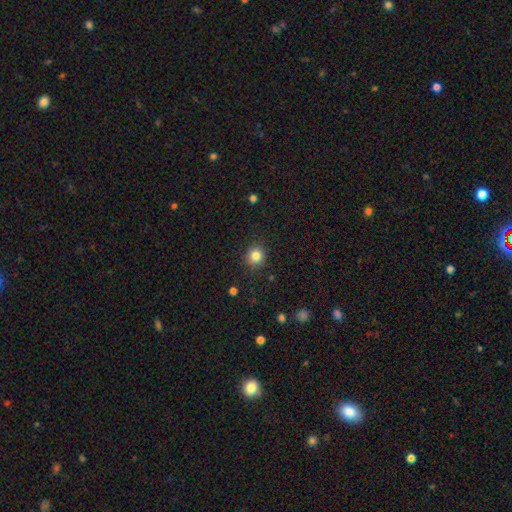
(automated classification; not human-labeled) The model was most divided on "smooth or featured": smooth: 83%, star or artifact: 11%, featured or disk: 5%. More confident: how rounded — round (88%); merging — none (87%).